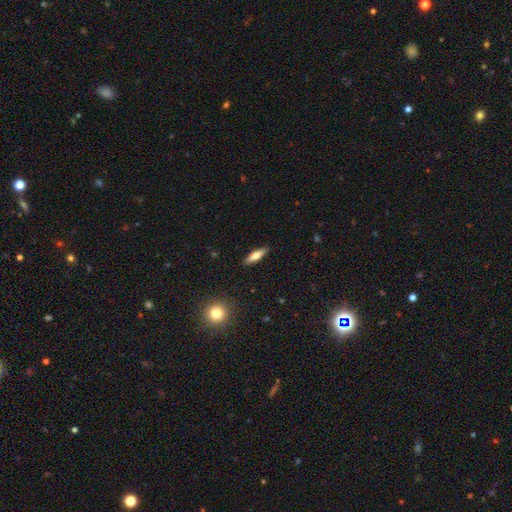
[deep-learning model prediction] smooth 64%, featured or disk 30%, star or artifact 7%. Down the decision tree: how rounded — cigar-shaped (60%); merging — none (89%).